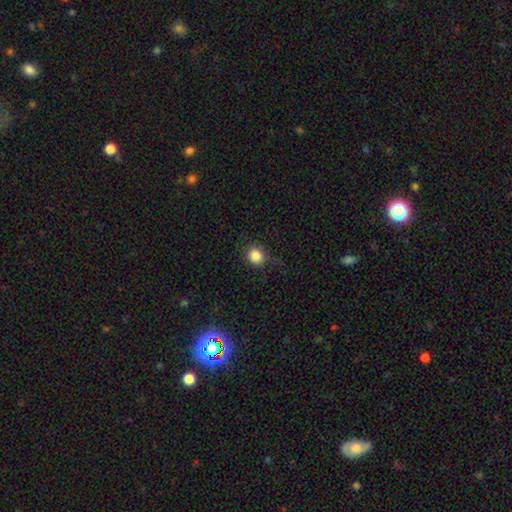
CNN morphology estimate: Smooth or featured: smooth — 84% (star or artifact — 11%)
How rounded: round — 82% (in between — 17%)
Merging: none — 81% (minor disturbance — 14%)